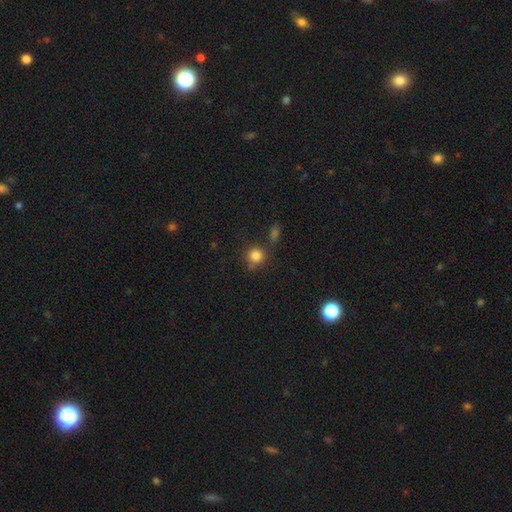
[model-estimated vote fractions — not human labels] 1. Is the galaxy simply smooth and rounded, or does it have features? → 83% smooth, 12% star or artifact, 6% featured or disk.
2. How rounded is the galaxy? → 90% round, 9% in between, 1% cigar-shaped.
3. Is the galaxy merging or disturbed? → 70% none, 14% minor disturbance, 11% merger, 5% major disturbance.